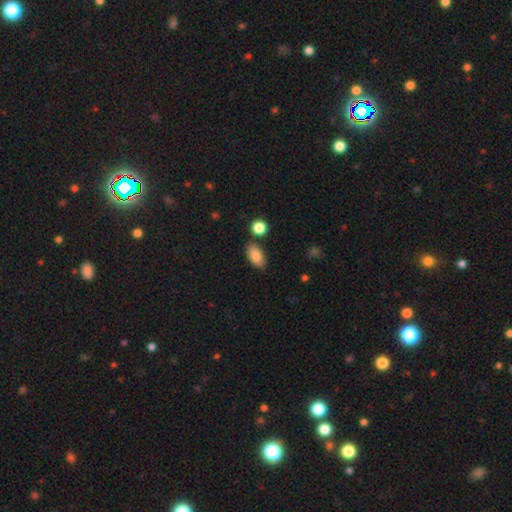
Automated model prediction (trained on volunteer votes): smooth_or_featured: smooth (p=0.84) [alt: featured or disk p=0.09]
how_rounded: in between (p=0.92) [alt: round p=0.05]
merging: none (p=0.81) [alt: minor disturbance p=0.12]